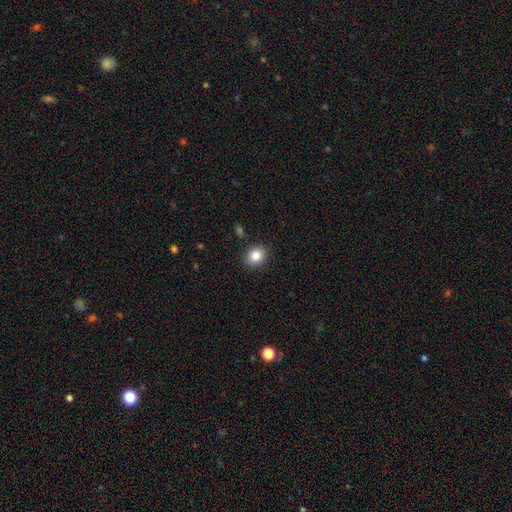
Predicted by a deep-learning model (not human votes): Smooth or featured?
  - smooth: 85% *
  - star or artifact: 9%
  - featured or disk: 6%
How rounded?
  - round: 57% *
  - in between: 42%
  - cigar-shaped: 1%
Merging?
  - none: 89% *
  - minor disturbance: 8%
  - major disturbance: 2%
  - merger: 2%